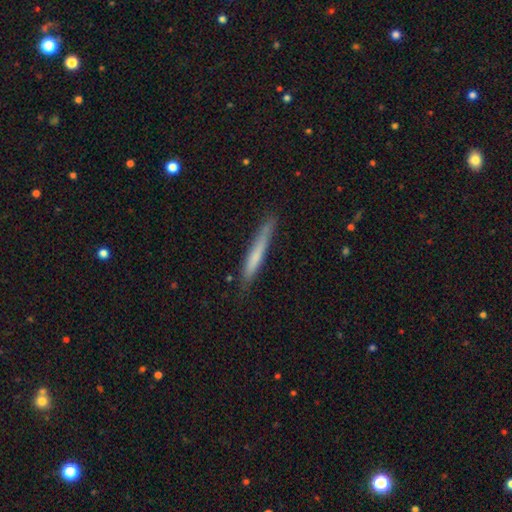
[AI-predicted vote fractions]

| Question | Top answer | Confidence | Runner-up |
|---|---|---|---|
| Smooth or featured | smooth | 64% | featured or disk (30%) |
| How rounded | cigar-shaped | 96% | in between (3%) |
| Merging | none | 79% | minor disturbance (16%) |